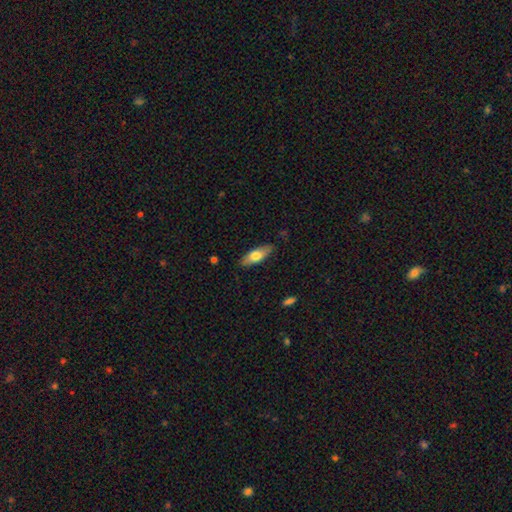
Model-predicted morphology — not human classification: Smooth or featured: smooth — 69% (featured or disk — 25%)
How rounded: in between — 66% (cigar-shaped — 32%)
Merging: none — 84% (minor disturbance — 12%)